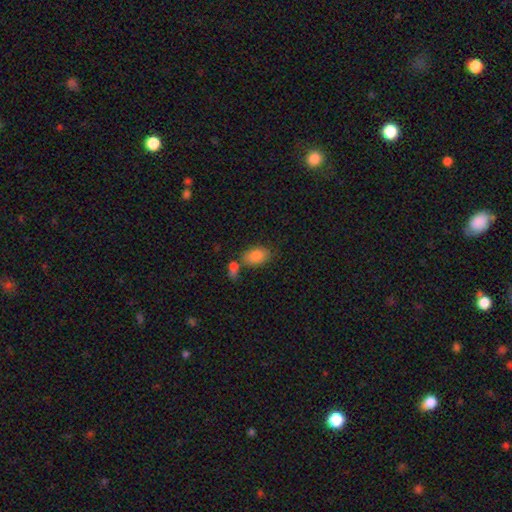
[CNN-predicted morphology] Overall: smooth (83%). How rounded: in between (88%). Merging: none (55%; merger 25%).